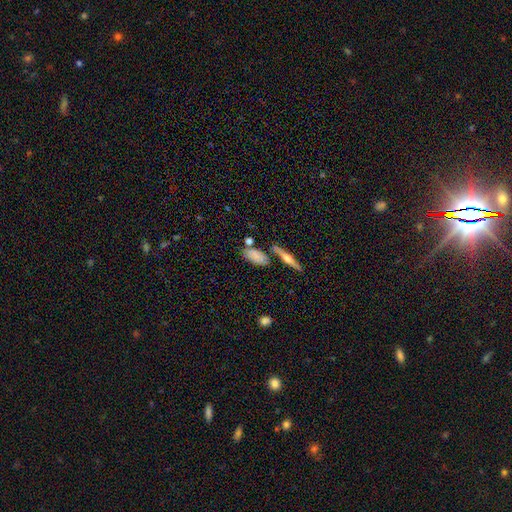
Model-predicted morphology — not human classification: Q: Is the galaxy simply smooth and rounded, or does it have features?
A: smooth — 73%.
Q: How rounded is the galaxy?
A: in between — 82%.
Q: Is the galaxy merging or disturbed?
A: none — 65%.